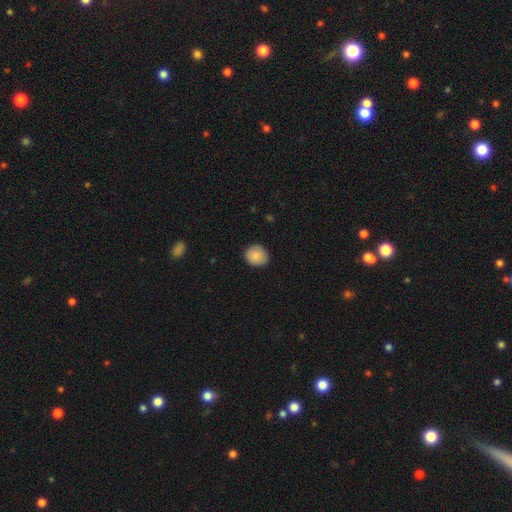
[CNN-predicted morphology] This is clearly a smooth galaxy (86%). How rounded: clearly round (82%). Merging: clearly none (86%).